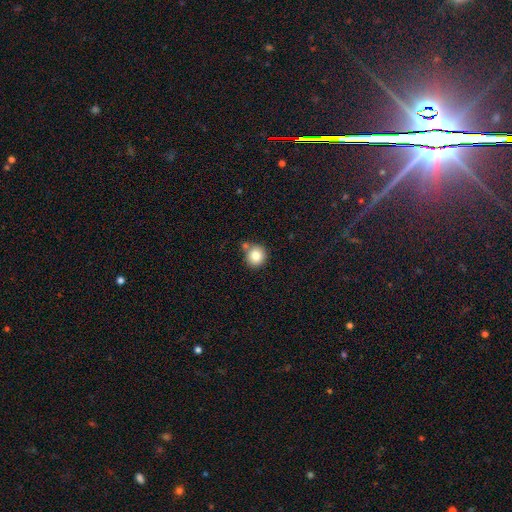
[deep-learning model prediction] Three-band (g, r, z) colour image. It shows a smooth galaxy with no disk features (82%) that is round (91%). Merging: none (69%).